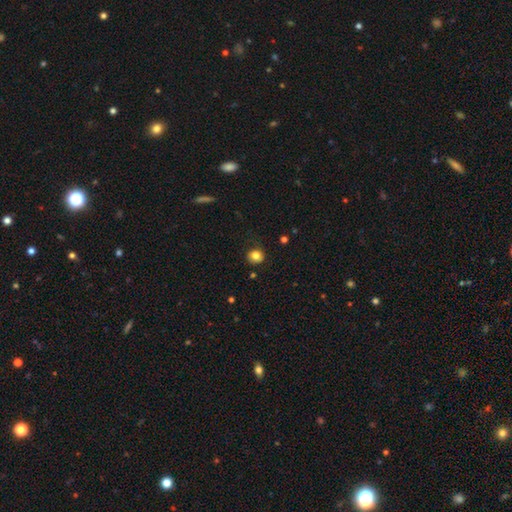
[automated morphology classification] smooth_or_featured: smooth (p=0.82) [alt: star or artifact p=0.11]
how_rounded: round (p=0.85) [alt: in between p=0.14]
merging: none (p=0.85) [alt: minor disturbance p=0.11]